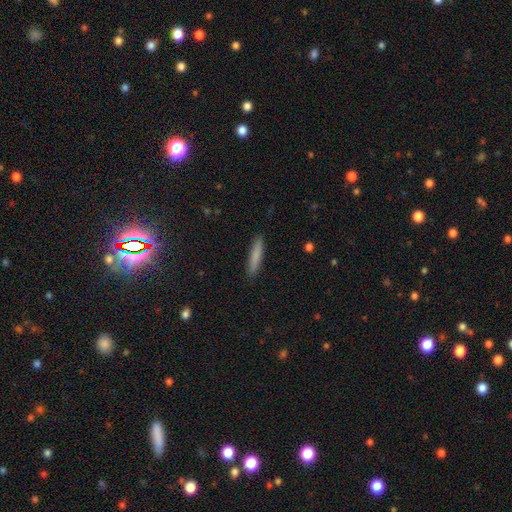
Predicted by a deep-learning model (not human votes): Smooth or featured?
  - smooth: 83% *
  - featured or disk: 11%
  - star or artifact: 6%
How rounded?
  - cigar-shaped: 90% *
  - in between: 8%
  - round: 1%
Merging?
  - none: 90% *
  - minor disturbance: 7%
  - major disturbance: 1%
  - merger: 1%